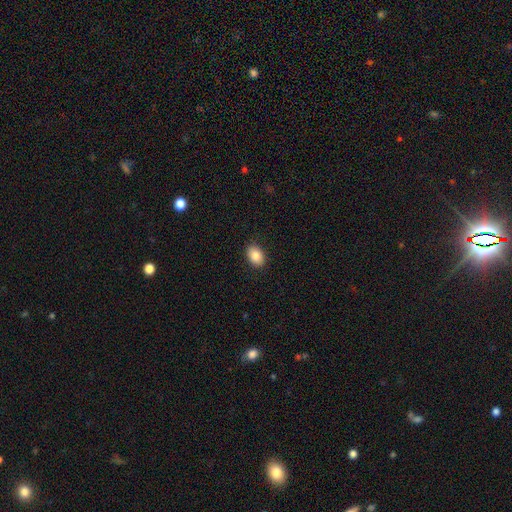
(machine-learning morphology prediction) A smooth galaxy with no disk features (85%) that is in between round and cigar-shaped (83%).

Vote fractions:
- Smooth or featured? smooth: 85% / star or artifact: 8% / featured or disk: 7%
- How rounded? in between: 83% / round: 16% / cigar-shaped: 1%
- Merging? none: 89% / minor disturbance: 8% / major disturbance: 2% / merger: 1%